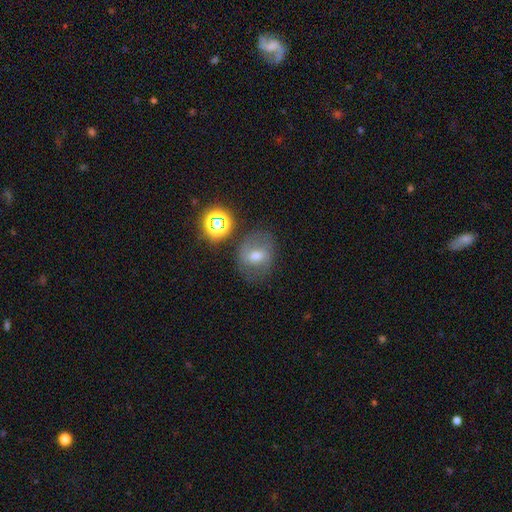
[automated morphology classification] This appears to be a smooth galaxy with no disk features (50%). Merging: none (69%).